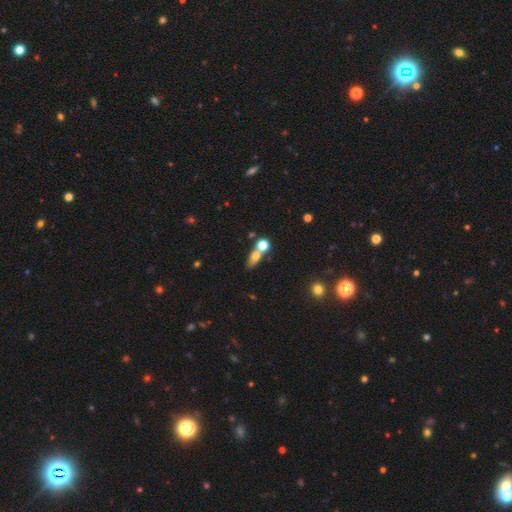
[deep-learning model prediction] Morphology: type=smooth (67%); roundness=in between (51%); merging=none (44%).